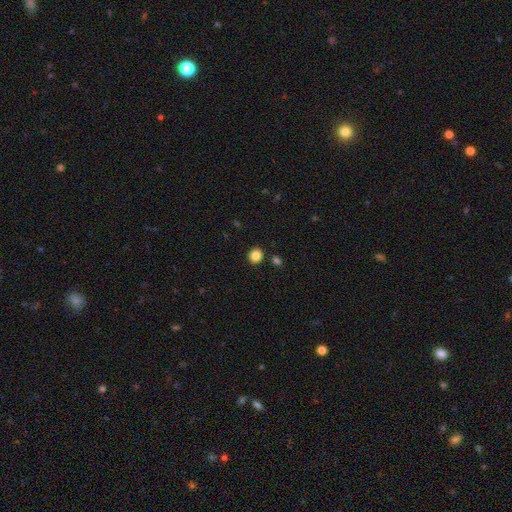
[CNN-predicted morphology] Smooth or featured? smooth (86%)
How rounded? round (84%)
Merging? none (88%)